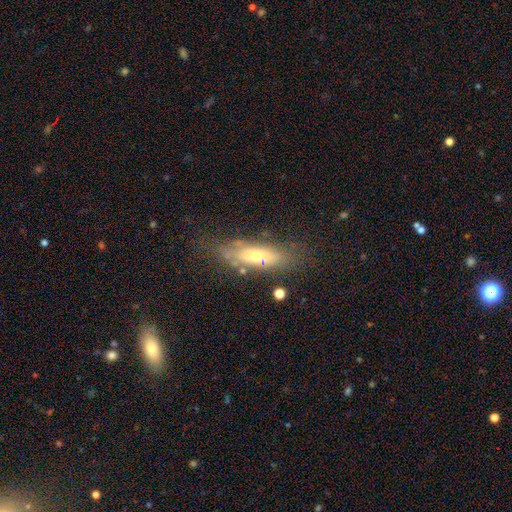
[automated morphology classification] This is possibly a smooth galaxy (52%). How rounded: possibly in between (54%). Merging: likely none (63%).